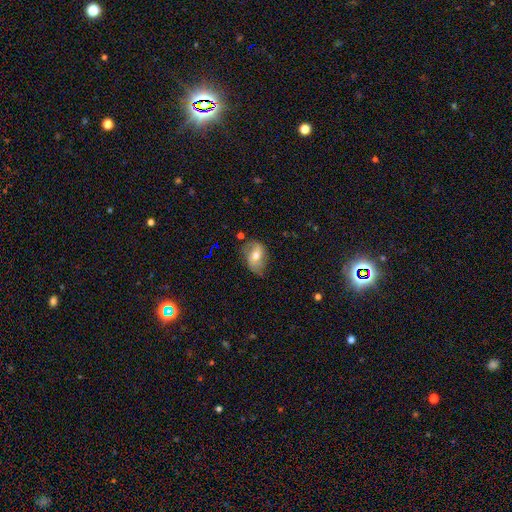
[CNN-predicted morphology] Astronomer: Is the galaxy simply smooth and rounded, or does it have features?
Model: featured or disk — 45%, tied with smooth at 45%.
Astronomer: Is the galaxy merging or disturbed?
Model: none — 59%.